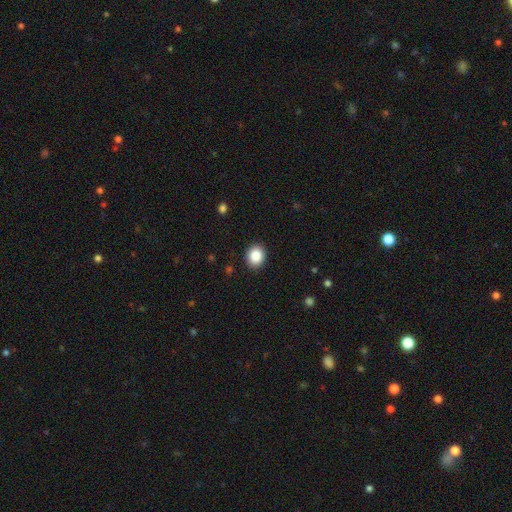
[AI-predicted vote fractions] Overall: smooth (87%). How rounded: round (65%; in between 34%). Merging: none (91%).